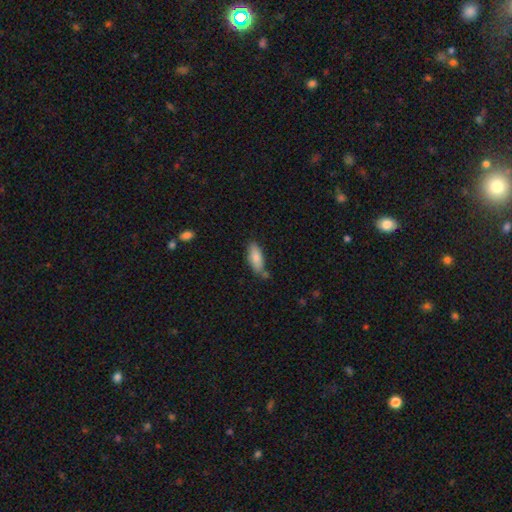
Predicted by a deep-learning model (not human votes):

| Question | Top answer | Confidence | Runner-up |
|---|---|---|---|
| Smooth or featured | smooth | 80% | featured or disk (13%) |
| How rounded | in between | 71% | cigar-shaped (27%) |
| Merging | none | 70% | minor disturbance (19%) |